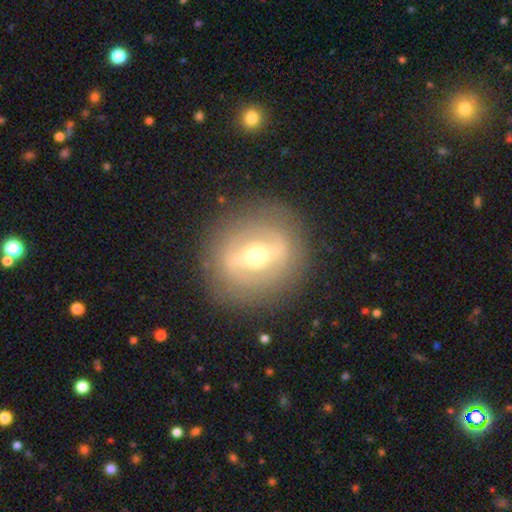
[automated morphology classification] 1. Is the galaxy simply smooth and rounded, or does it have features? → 70% featured or disk, 22% smooth, 8% star or artifact.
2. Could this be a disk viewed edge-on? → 87% no, 13% yes.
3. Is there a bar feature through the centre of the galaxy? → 60% strong, 25% weak, 15% no.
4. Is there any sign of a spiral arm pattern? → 67% no, 33% yes.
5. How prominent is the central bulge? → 64% moderate, 25% small, 8% large, 2% dominant, 1% none.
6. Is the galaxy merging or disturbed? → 83% none, 10% minor disturbance, 6% major disturbance, 1% merger.